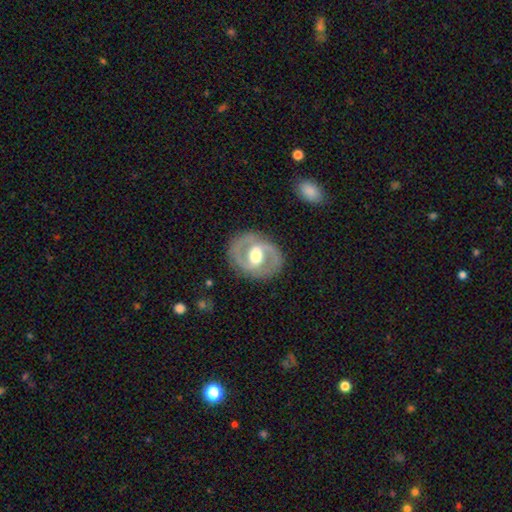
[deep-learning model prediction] smooth_or_featured: featured or disk (p=0.80) [alt: smooth p=0.16]
disk_edge_on: no (p=0.97) [alt: yes p=0.03]
bar: weak (p=0.43) [alt: strong p=0.31]
has_spiral_arms: yes (p=0.77) [alt: no p=0.23]
spiral_winding: medium (p=0.53) [alt: tight p=0.29]
spiral_arm_count: 2 (p=0.89) [alt: can't tell p=0.05]
bulge_size: moderate (p=0.66) [alt: large p=0.21]
merging: none (p=0.84) [alt: minor disturbance p=0.10]